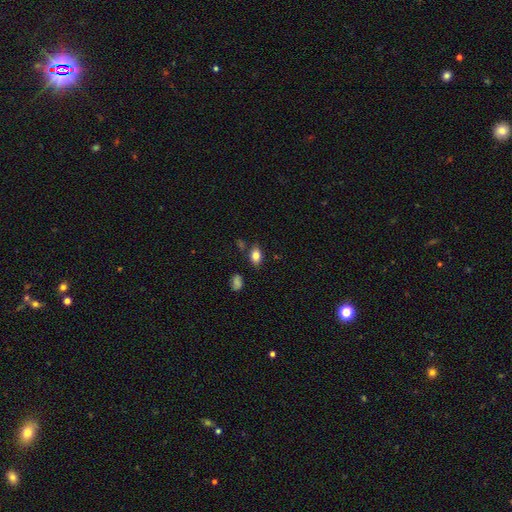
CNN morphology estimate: Q: Smooth or featured?
A: smooth (82%); runner-up: featured or disk (9%)
Q: How rounded?
A: in between (86%); runner-up: round (11%)
Q: Merging?
A: none (79%); runner-up: minor disturbance (14%)